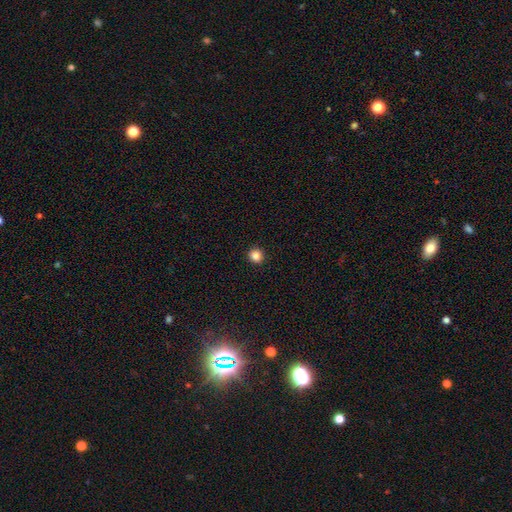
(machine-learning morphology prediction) Smooth or featured? Predicted: smooth (p=0.85). How rounded? Predicted: round (p=0.94). Merging? Predicted: none (p=0.94).